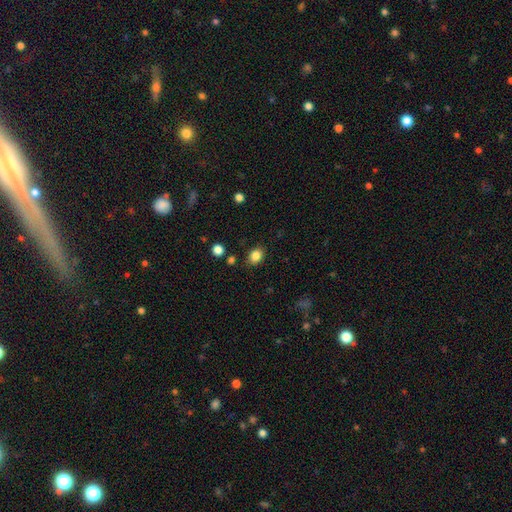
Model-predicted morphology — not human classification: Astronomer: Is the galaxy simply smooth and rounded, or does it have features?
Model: smooth — 84%.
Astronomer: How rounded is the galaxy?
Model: in between — 58% (runner-up: round, 41%).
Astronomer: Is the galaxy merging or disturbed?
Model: none — 83%.